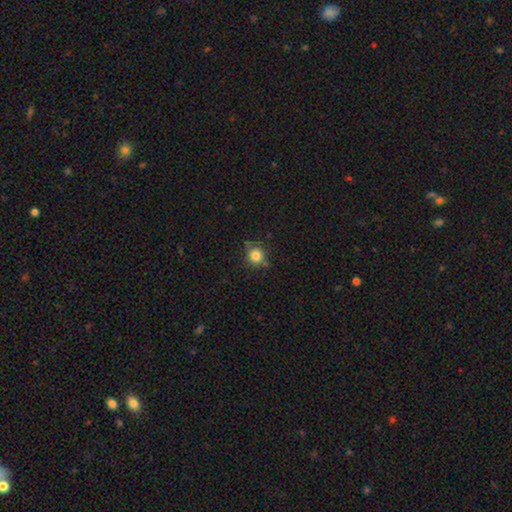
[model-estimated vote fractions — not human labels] The model was most divided on "merging": none: 77%, minor disturbance: 15%, merger: 5%, major disturbance: 3%. More confident: how rounded — round (91%); smooth or featured — smooth (82%).